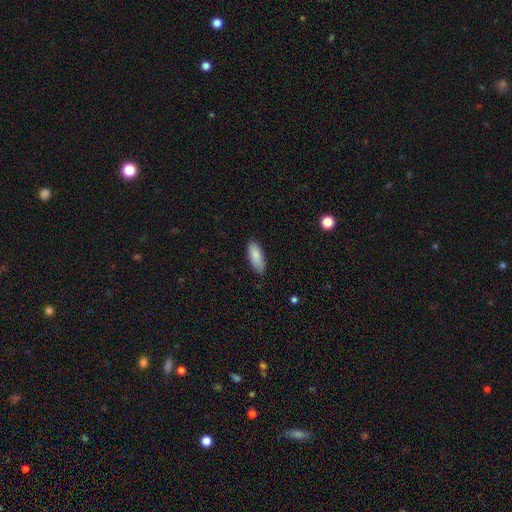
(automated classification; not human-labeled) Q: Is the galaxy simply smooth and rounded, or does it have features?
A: smooth — 88%.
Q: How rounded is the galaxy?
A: in between — 78%.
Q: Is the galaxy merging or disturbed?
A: none — 80%.